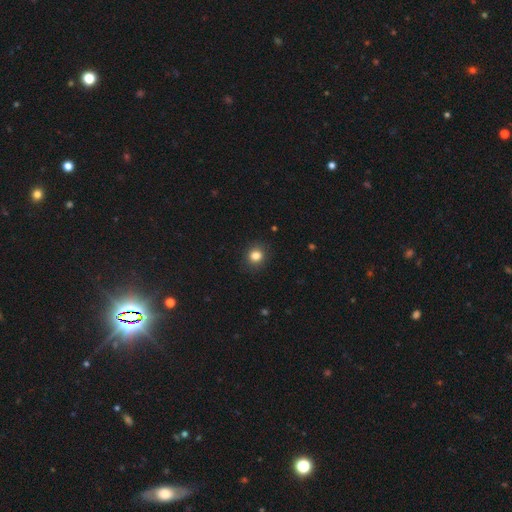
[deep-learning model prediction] smooth_or_featured: smooth (p=0.84) [alt: star or artifact p=0.12]
how_rounded: round (p=0.83) [alt: in between p=0.16]
merging: none (p=0.89) [alt: minor disturbance p=0.07]